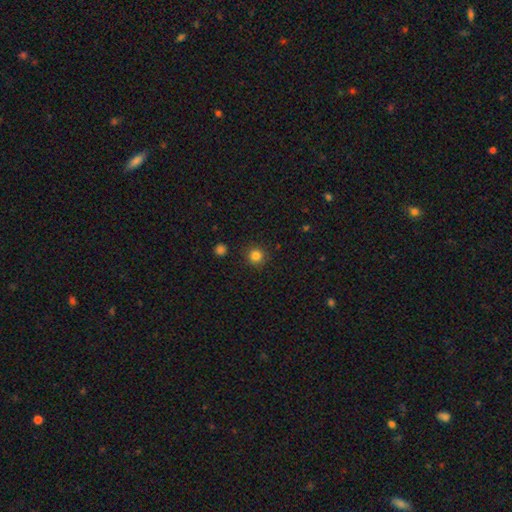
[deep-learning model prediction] The model was most divided on "smooth or featured": smooth: 84%, star or artifact: 12%, featured or disk: 4%. More confident: how rounded — round (94%); merging — none (90%).